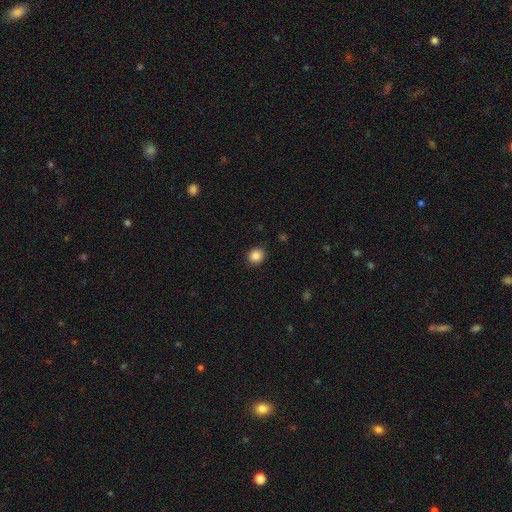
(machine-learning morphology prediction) Smooth or featured? smooth (86%)
How rounded? round (83%)
Merging? none (90%)